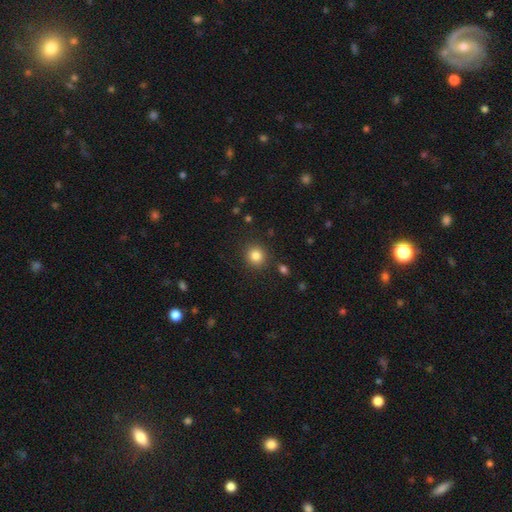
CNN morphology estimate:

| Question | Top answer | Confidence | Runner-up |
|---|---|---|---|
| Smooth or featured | smooth | 83% | star or artifact (11%) |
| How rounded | round | 90% | in between (9%) |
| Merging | none | 88% | minor disturbance (7%) |